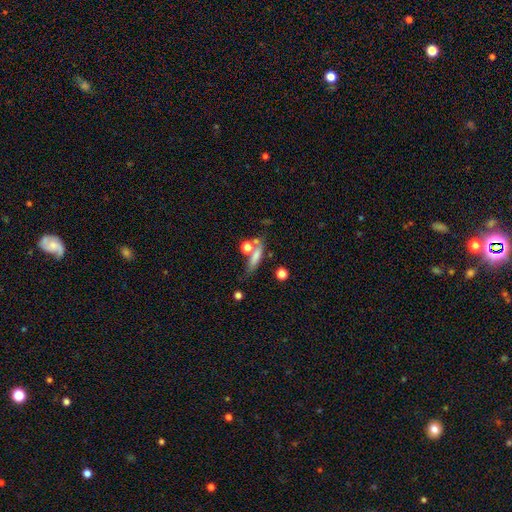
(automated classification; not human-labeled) smooth-or-featured: smooth: 67% | featured or disk: 22% | star or artifact: 12%
  how-rounded: cigar-shaped: 54% | in between: 35% | round: 11%
  merging: none: 53% | merger: 20% | minor disturbance: 17% | major disturbance: 11%